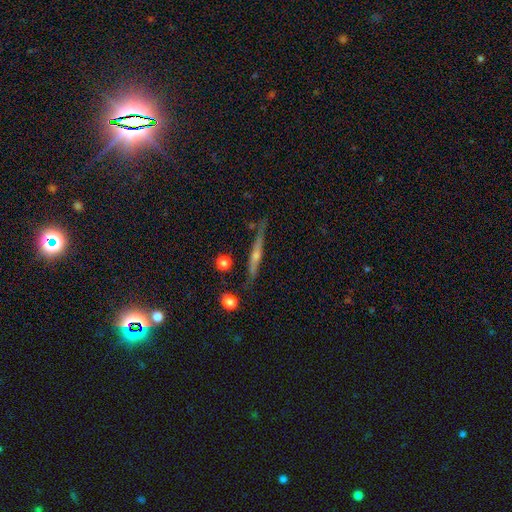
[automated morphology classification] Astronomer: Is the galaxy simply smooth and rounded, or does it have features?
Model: featured or disk — 57%.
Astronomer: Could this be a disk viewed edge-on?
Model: yes — 91%.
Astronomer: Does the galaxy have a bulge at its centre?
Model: rounded — 72%.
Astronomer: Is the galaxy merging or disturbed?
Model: none — 80%.